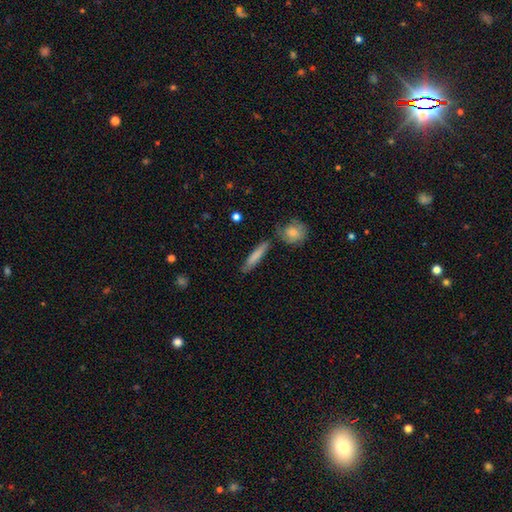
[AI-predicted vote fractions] Smooth or featured? smooth (76%)
How rounded? cigar-shaped (87%)
Merging? none (78%)